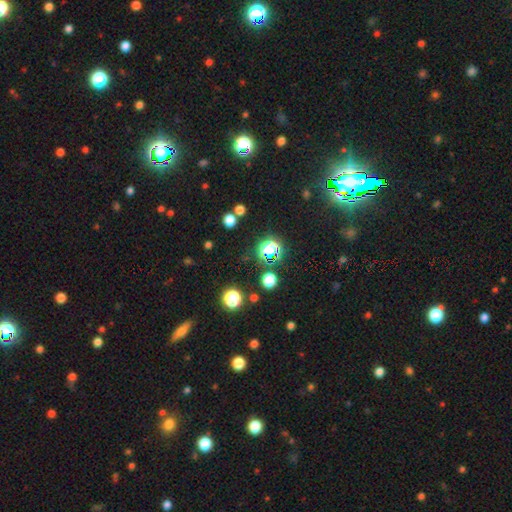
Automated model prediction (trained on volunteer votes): Morphology: type=star or artifact (77%).